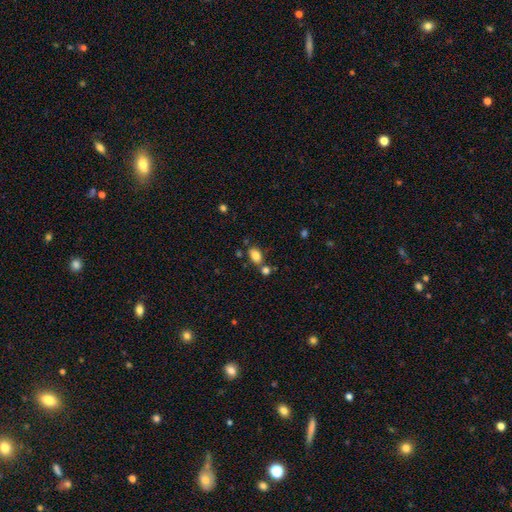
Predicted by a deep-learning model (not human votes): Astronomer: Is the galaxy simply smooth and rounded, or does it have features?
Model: smooth — 83%.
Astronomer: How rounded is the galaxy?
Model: in between — 86%.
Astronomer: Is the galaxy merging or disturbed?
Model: none — 66%.